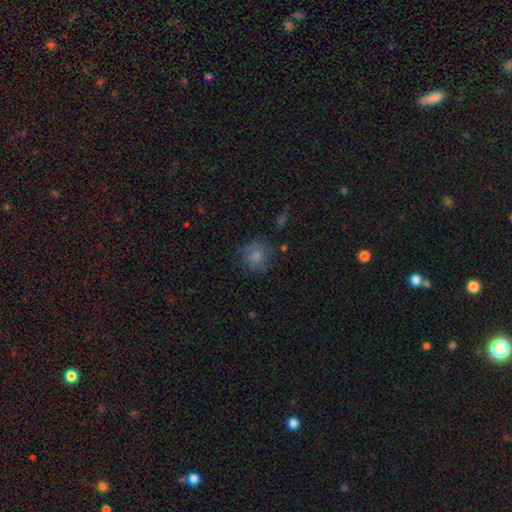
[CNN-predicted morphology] This appears to be a smooth galaxy with no disk features (76%) that is round (80%). Merging: none (66%).